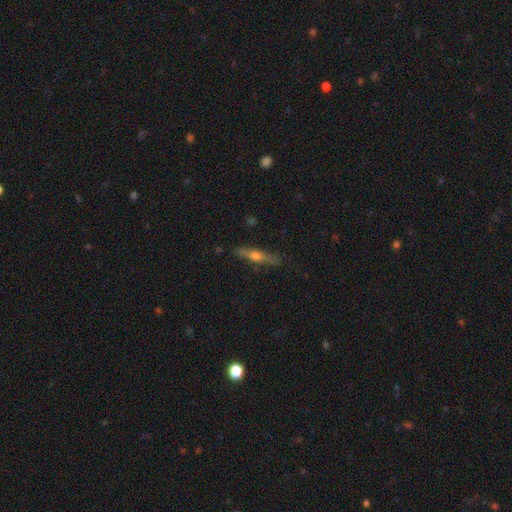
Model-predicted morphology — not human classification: type=featured or disk (62%); edge-on=yes (95%); edge-on bulge=rounded (92%); merging=none (86%).